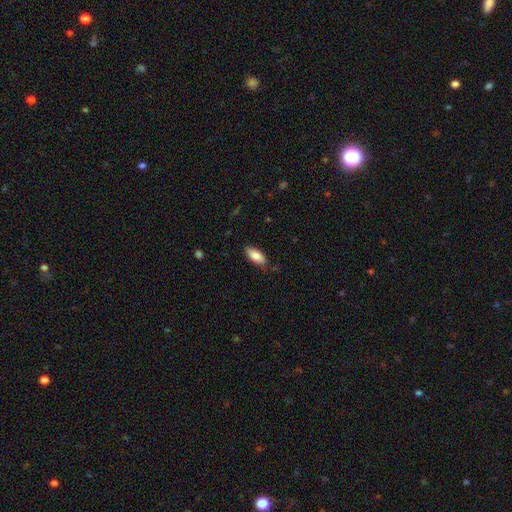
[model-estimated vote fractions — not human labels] smooth_or_featured: smooth (p=0.84) [alt: featured or disk p=0.10]
how_rounded: in between (p=0.86) [alt: cigar-shaped p=0.12]
merging: none (p=0.81) [alt: minor disturbance p=0.15]